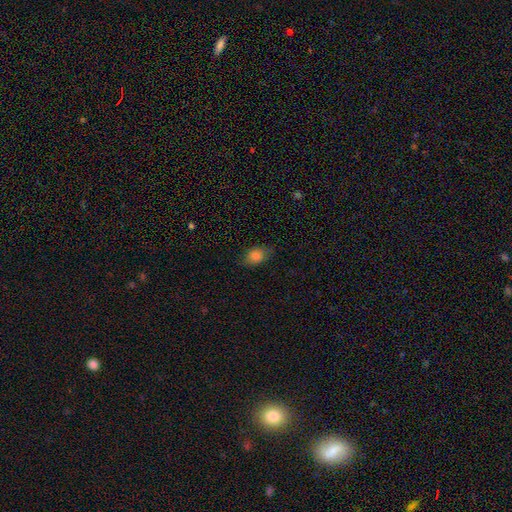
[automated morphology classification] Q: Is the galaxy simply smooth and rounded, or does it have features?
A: smooth — 82%.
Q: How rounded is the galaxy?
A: in between — 73%.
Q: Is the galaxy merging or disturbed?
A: none — 76%.